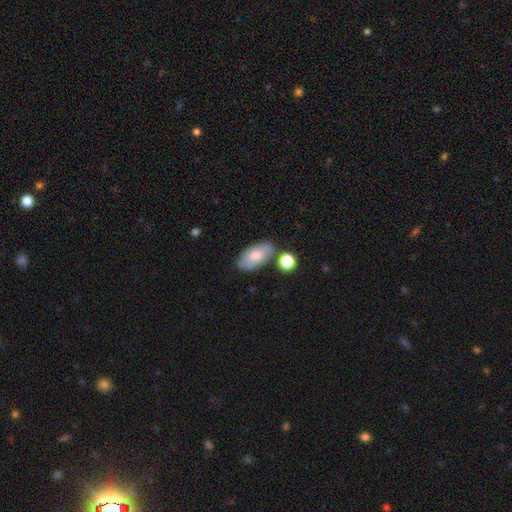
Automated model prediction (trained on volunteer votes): smooth-or-featured: smooth: 67% | featured or disk: 27% | star or artifact: 7%
  how-rounded: in between: 93% | round: 4% | cigar-shaped: 3%
  merging: none: 64% | minor disturbance: 20% | merger: 11% | major disturbance: 5%